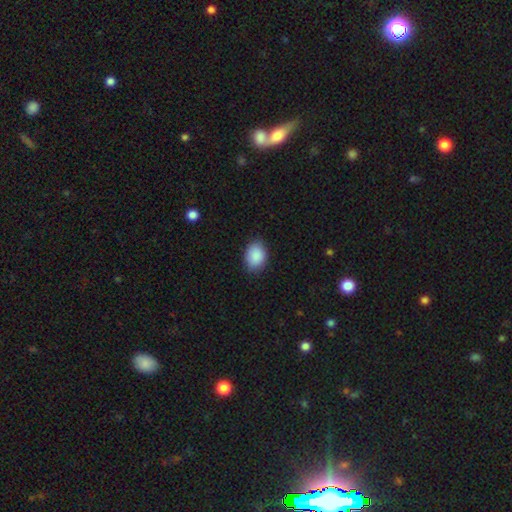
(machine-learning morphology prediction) Smooth or featured?
  - smooth: 90% *
  - star or artifact: 7%
  - featured or disk: 4%
How rounded?
  - in between: 73% *
  - round: 26%
  - cigar-shaped: 1%
Merging?
  - none: 83% *
  - minor disturbance: 14%
  - major disturbance: 3%
  - merger: 1%